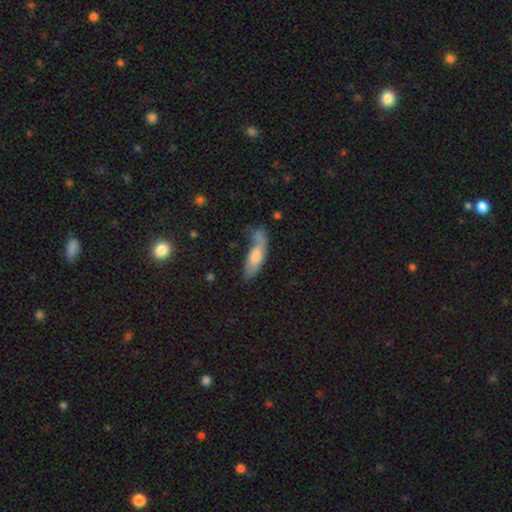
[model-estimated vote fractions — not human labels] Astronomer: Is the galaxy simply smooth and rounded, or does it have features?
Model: smooth — 67%.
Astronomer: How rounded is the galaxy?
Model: in between — 54% (runner-up: cigar-shaped, 43%).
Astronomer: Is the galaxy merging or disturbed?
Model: none — 42% (runner-up: minor disturbance, 27%).